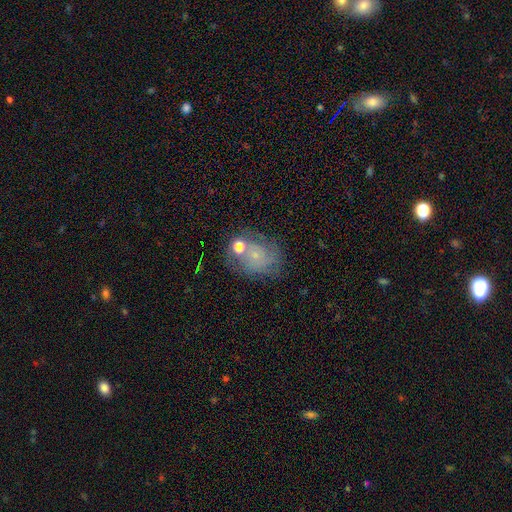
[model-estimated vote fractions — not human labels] This appears to be a featured or disk galaxy (50%). Merging: none (53%).